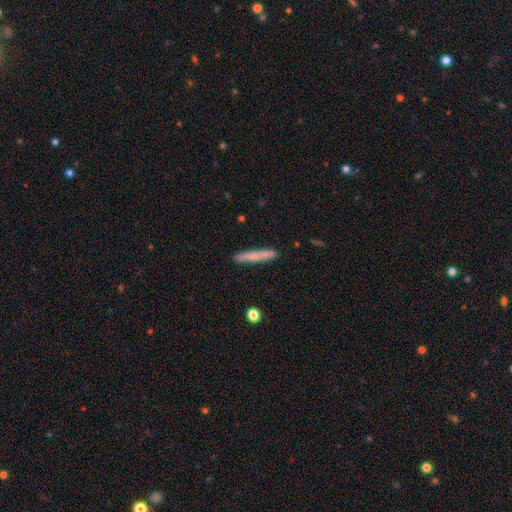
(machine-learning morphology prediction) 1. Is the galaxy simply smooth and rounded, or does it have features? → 67% smooth, 27% featured or disk, 6% star or artifact.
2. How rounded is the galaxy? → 95% cigar-shaped, 4% in between, 1% round.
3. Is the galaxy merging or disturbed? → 88% none, 9% minor disturbance, 2% merger, 2% major disturbance.